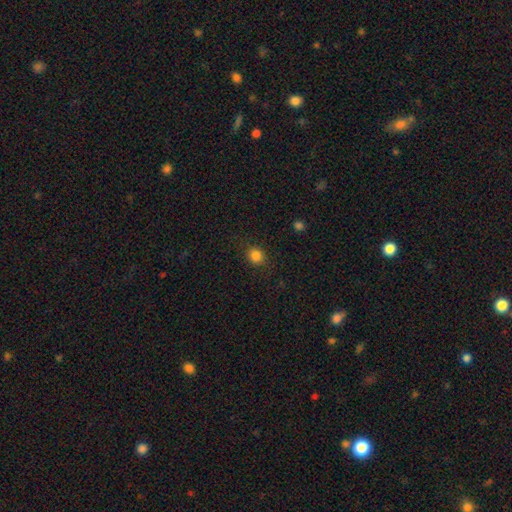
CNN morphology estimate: Q: Smooth or featured?
A: smooth (85%); runner-up: star or artifact (11%)
Q: How rounded?
A: round (80%); runner-up: in between (19%)
Q: Merging?
A: none (86%); runner-up: minor disturbance (9%)